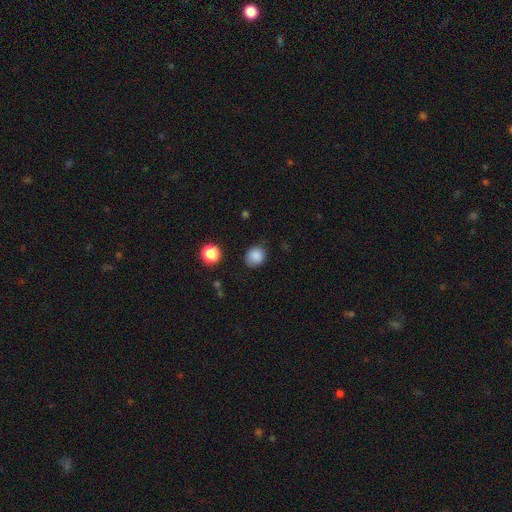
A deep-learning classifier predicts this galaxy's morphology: smooth_or_featured: smooth (p=0.85) [alt: star or artifact p=0.11]
how_rounded: round (p=0.81) [alt: in between p=0.18]
merging: none (p=0.79) [alt: minor disturbance p=0.15]